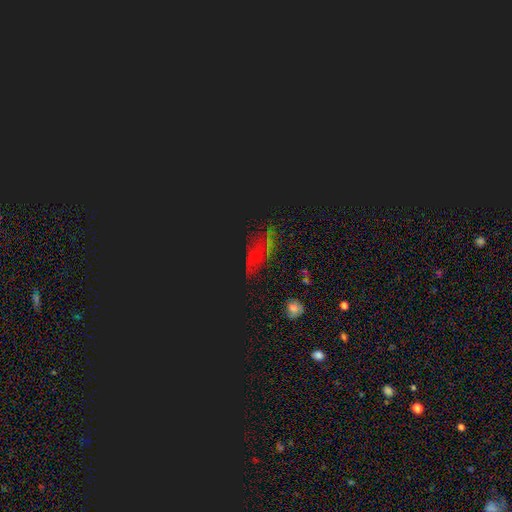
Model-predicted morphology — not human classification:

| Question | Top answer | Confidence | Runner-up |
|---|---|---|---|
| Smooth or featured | star or artifact | 58% | smooth (22%) |